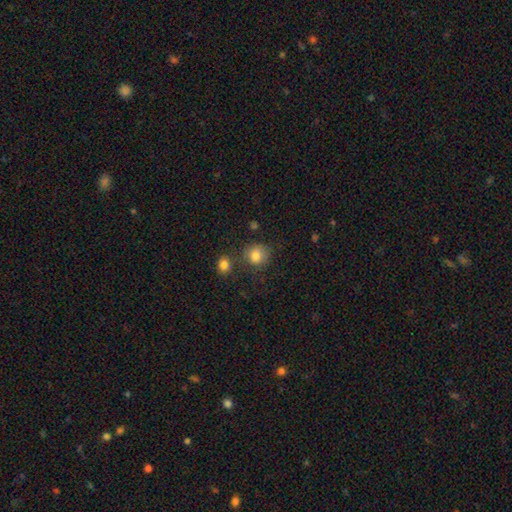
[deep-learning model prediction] This is clearly a smooth galaxy (81%). How rounded: likely round (78%). Merging: likely none (68%).